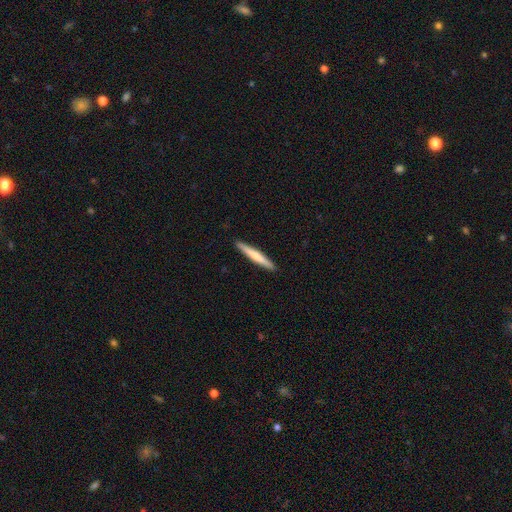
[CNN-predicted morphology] smooth-or-featured: smooth: 60% | featured or disk: 35% | star or artifact: 5%
  how-rounded: cigar-shaped: 96% | in between: 3% | round: 1%
  merging: none: 92% | minor disturbance: 6% | major disturbance: 1% | merger: 1%